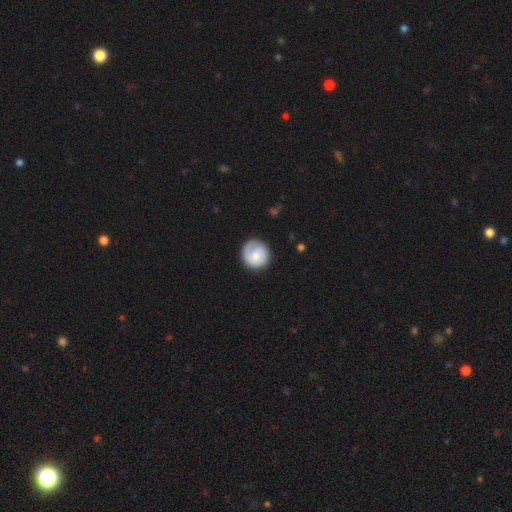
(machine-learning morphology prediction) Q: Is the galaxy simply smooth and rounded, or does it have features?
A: smooth — 59%.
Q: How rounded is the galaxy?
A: round — 90%.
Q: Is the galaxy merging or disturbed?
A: none — 79%.